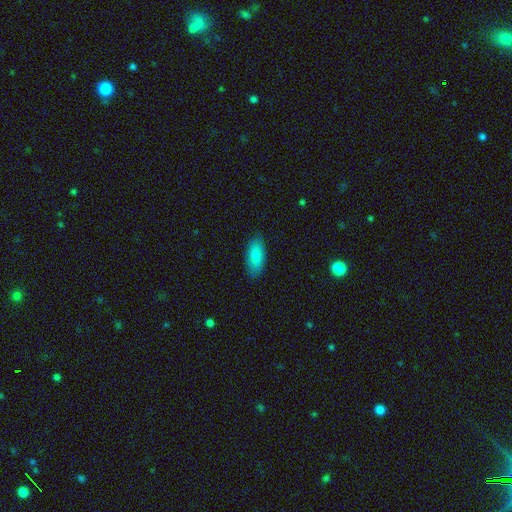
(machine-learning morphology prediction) A smooth galaxy with no disk features (86%) that is in between round and cigar-shaped (85%).

Vote fractions:
- Smooth or featured? smooth: 86% / featured or disk: 8% / star or artifact: 6%
- How rounded? in between: 85% / cigar-shaped: 14% / round: 2%
- Merging? none: 86% / minor disturbance: 11% / major disturbance: 2% / merger: 1%